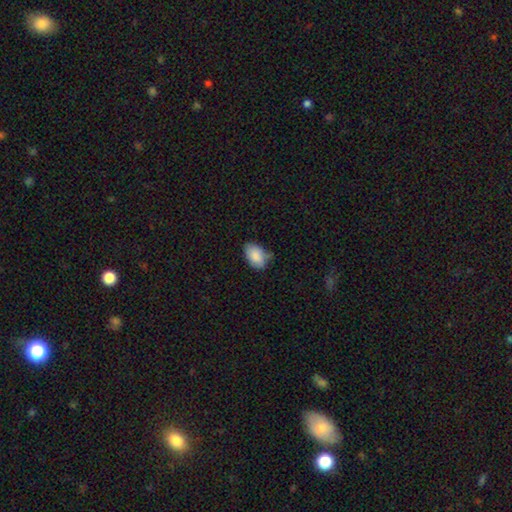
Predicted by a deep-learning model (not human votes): This is clearly a smooth galaxy (87%). How rounded: clearly in between (90%). Merging: possibly none (59%).